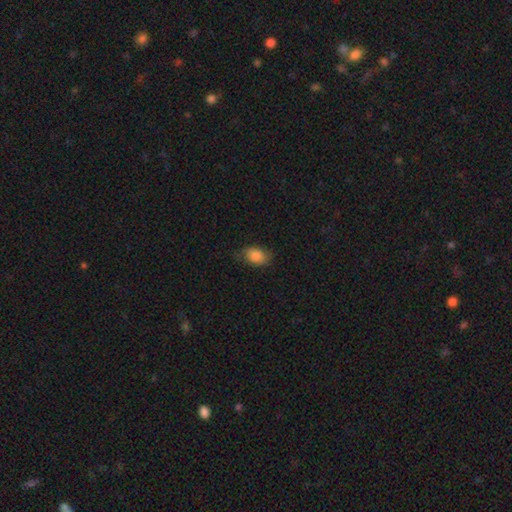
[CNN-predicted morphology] Smooth or featured: smooth — 86% (star or artifact — 8%)
How rounded: in between — 81% (round — 18%)
Merging: none — 74% (minor disturbance — 20%)